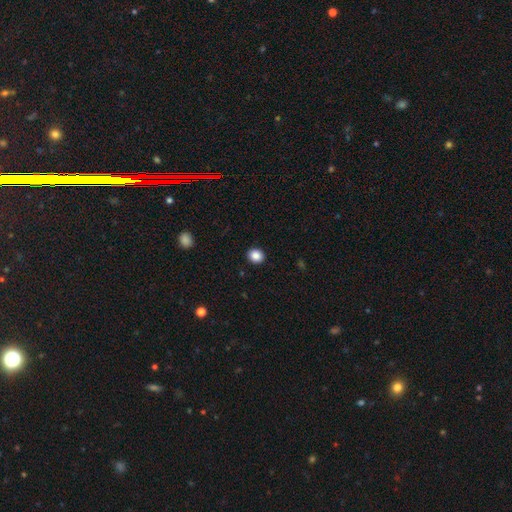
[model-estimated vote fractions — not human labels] smooth 87%, star or artifact 10%, featured or disk 3%. Down the decision tree: how rounded — round (78%); merging — none (92%).